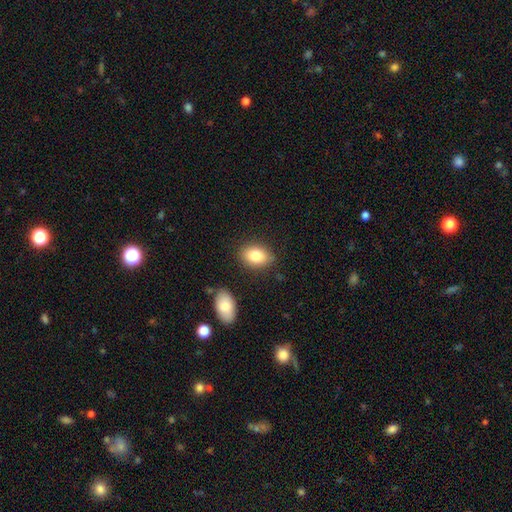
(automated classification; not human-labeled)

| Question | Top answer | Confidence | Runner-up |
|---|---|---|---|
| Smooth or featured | smooth | 82% | featured or disk (10%) |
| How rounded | in between | 79% | round (20%) |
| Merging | none | 81% | minor disturbance (13%) |